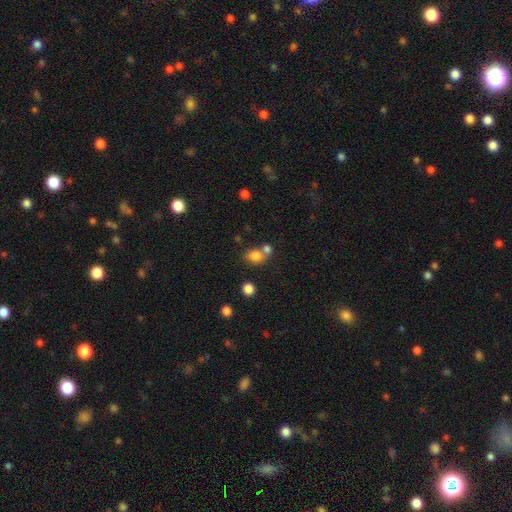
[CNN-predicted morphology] smooth 81%, star or artifact 11%, featured or disk 8%. Down the decision tree: how rounded — round (55%); merging — none (44%).